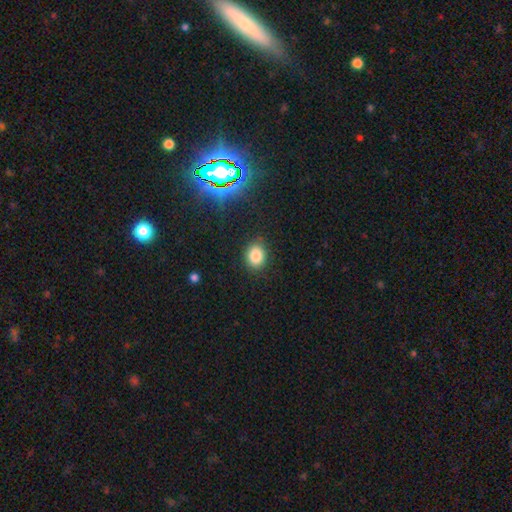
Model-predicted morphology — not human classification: Smooth or featured? smooth (83%)
How rounded? in between (51%)
Merging? none (86%)